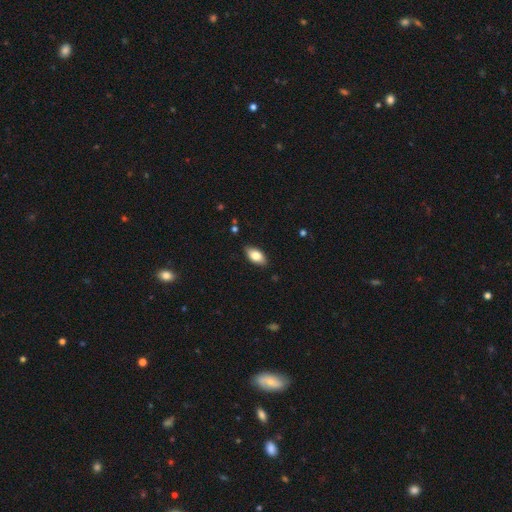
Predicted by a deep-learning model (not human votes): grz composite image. It shows a smooth galaxy with no disk features (78%) that is in between round and cigar-shaped (91%). Merging: none (86%).